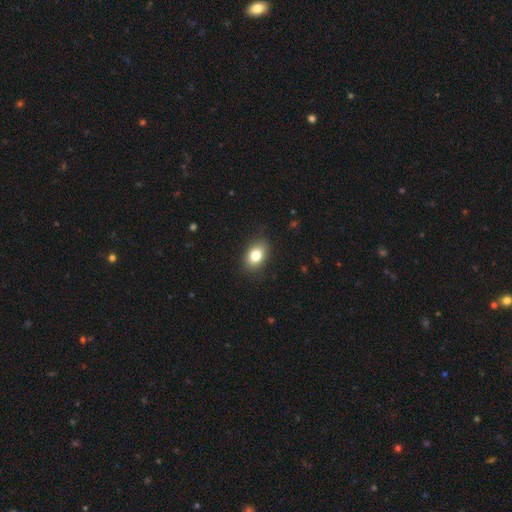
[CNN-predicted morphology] smooth 80%, featured or disk 11%, star or artifact 9%. Down the decision tree: how rounded — in between (81%); merging — none (85%).